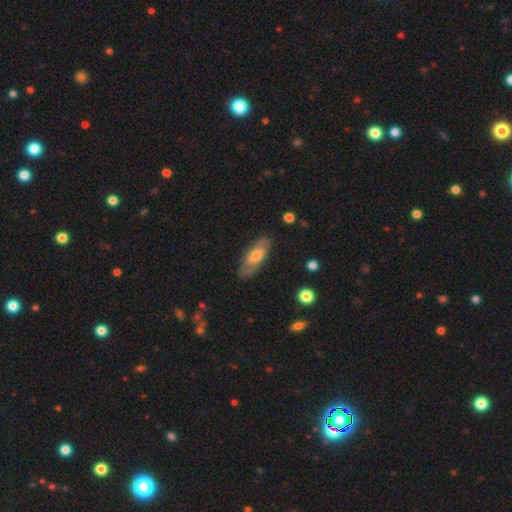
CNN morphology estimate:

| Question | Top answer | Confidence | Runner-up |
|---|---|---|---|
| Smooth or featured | featured or disk | 53% | smooth (41%) |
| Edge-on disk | no | 76% | yes (24%) |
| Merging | none | 81% | minor disturbance (14%) |